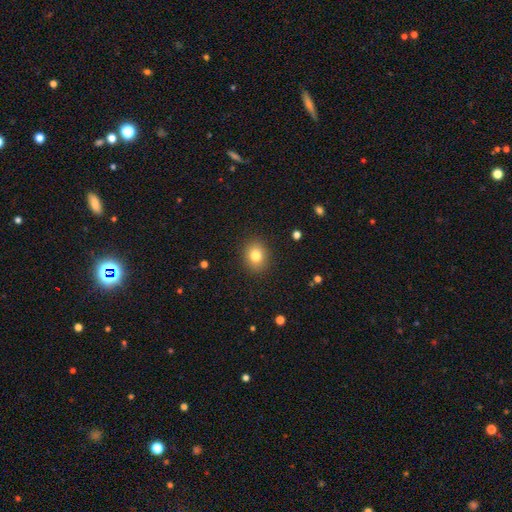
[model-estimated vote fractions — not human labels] Overall: smooth (81%). How rounded: round (62%; in between 37%). Merging: none (89%).